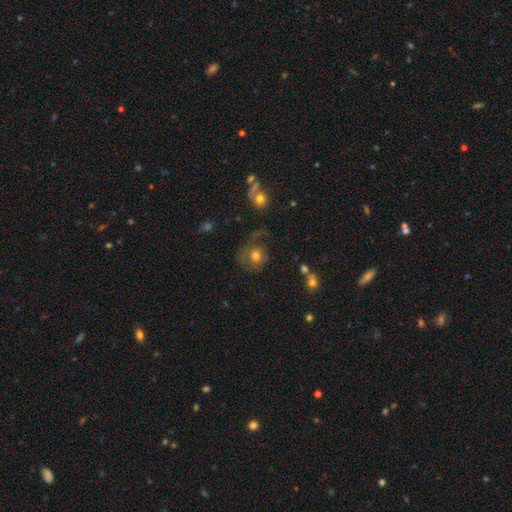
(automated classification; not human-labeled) smooth-or-featured: smooth: 68% | featured or disk: 19% | star or artifact: 12%
  how-rounded: round: 84% | in between: 15% | cigar-shaped: 1%
  merging: none: 55% | minor disturbance: 21% | major disturbance: 19% | merger: 5%